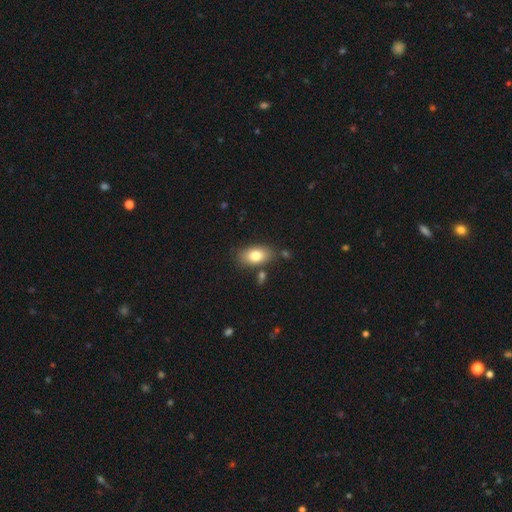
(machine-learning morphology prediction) A smooth galaxy with no disk features (79%) that is in between round and cigar-shaped (90%).

Vote fractions:
- Smooth or featured? smooth: 79% / featured or disk: 13% / star or artifact: 8%
- How rounded? in between: 90% / round: 7% / cigar-shaped: 2%
- Merging? none: 78% / minor disturbance: 13% / merger: 6% / major disturbance: 3%